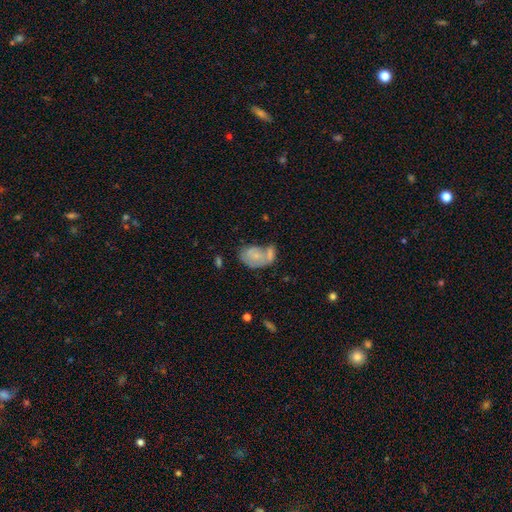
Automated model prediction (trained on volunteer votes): A smooth galaxy with no disk features (57%) that is in between round and cigar-shaped (82%). Merging: merger (40%).